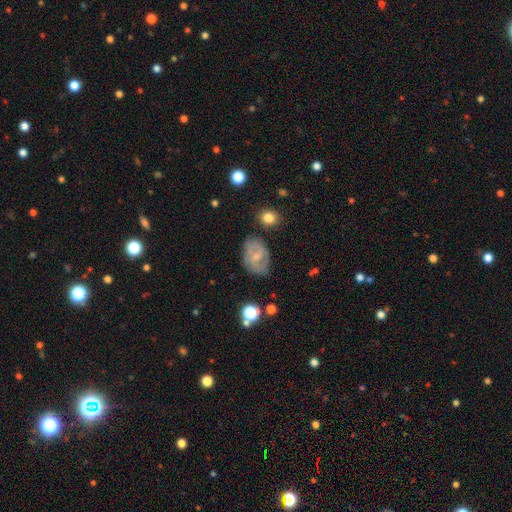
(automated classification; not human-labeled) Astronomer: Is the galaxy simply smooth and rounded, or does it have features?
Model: featured or disk — 64%.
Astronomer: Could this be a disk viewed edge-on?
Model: no — 96%.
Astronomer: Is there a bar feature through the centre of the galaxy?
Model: weak — 49% (runner-up: no, 42%).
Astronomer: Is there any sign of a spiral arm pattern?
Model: yes — 83%.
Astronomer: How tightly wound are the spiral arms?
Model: medium — 45% (runner-up: tight, 35%).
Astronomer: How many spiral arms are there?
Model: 2 — 66%.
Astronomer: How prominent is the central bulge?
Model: small — 57%.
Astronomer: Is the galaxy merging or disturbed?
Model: none — 72%.